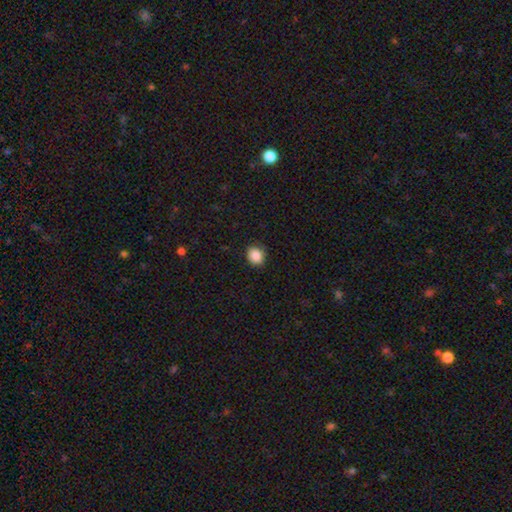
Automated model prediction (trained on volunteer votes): This is clearly a smooth galaxy (88%). How rounded: likely round (73%). Merging: clearly none (84%).